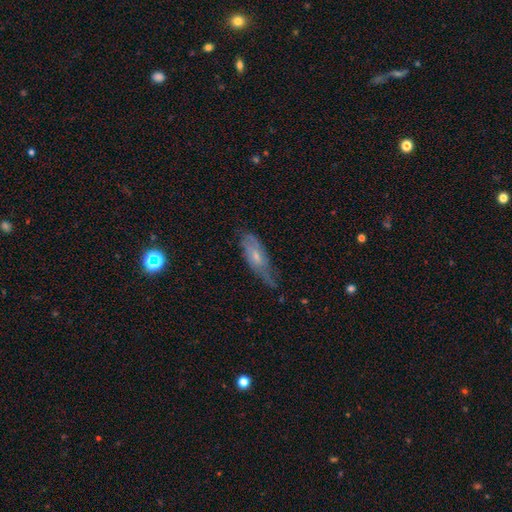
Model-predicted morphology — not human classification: Smooth or featured?
  - featured or disk: 51% *
  - smooth: 42%
  - star or artifact: 8%
Edge-on disk?
  - no: 71% *
  - yes: 29%
Merging?
  - none: 50% *
  - minor disturbance: 35%
  - major disturbance: 13%
  - merger: 2%